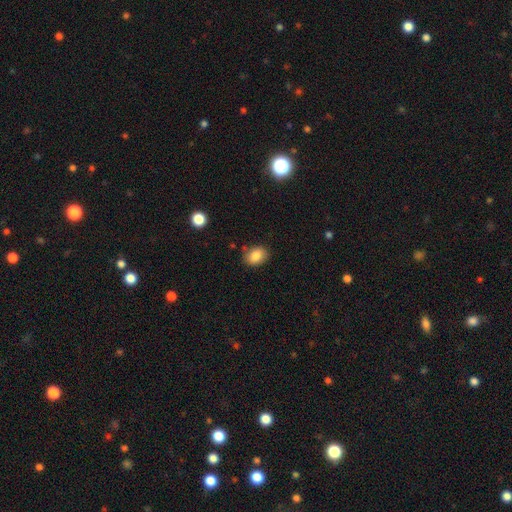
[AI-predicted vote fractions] Smooth or featured: smooth — 84% (star or artifact — 9%)
How rounded: in between — 63% (round — 36%)
Merging: none — 82% (minor disturbance — 13%)